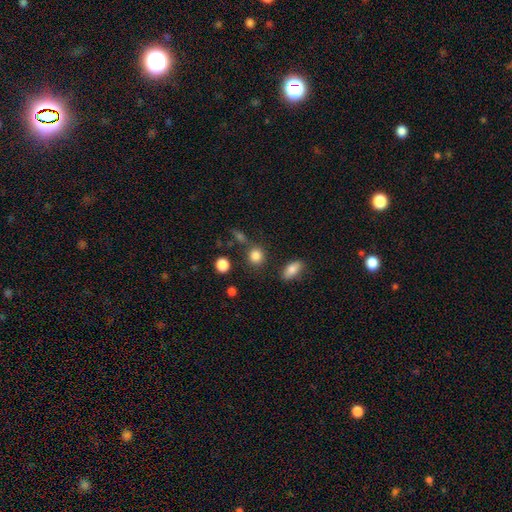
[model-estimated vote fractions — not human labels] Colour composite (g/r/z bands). It shows a smooth galaxy with no disk features (84%) that is round (82%). Merging: none (77%).